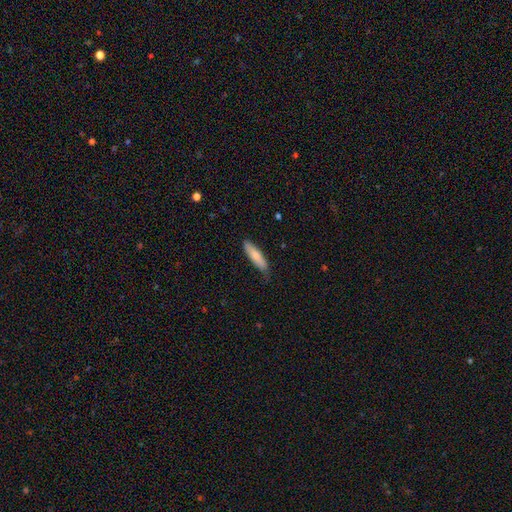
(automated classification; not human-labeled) Smooth or featured? Predicted: smooth (p=0.76). How rounded? Predicted: cigar-shaped (p=0.64). Merging? Predicted: none (p=0.73).